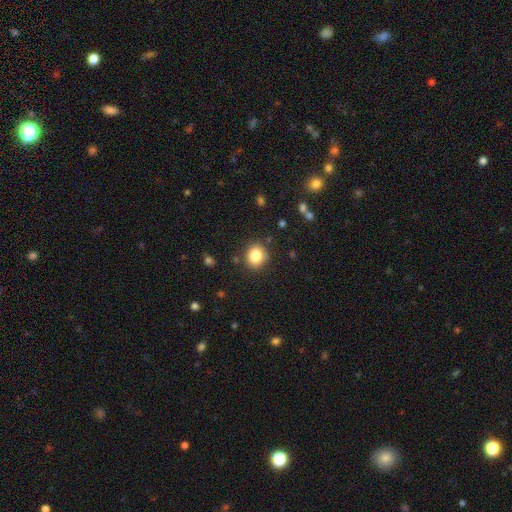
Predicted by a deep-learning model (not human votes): Smooth or featured? smooth (83%)
How rounded? round (73%)
Merging? none (85%)